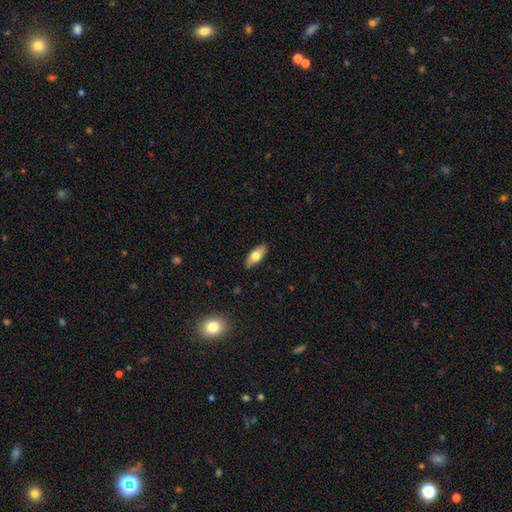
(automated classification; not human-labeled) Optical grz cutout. It shows a smooth galaxy with no disk features (68%) that is in between round and cigar-shaped (77%). Merging: none (88%).